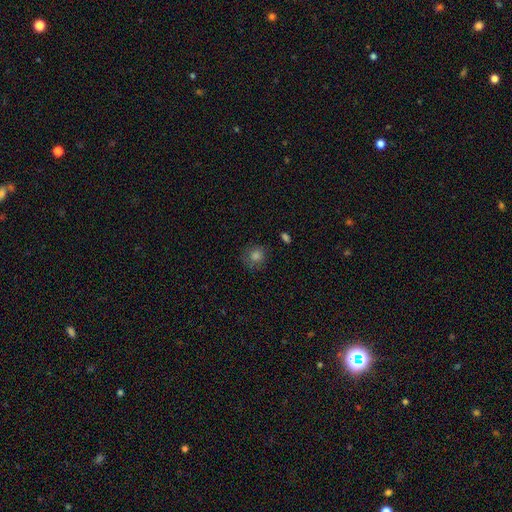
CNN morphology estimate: smooth_or_featured: smooth (p=0.75) [alt: star or artifact p=0.16]
how_rounded: round (p=0.86) [alt: in between p=0.13]
merging: none (p=0.77) [alt: minor disturbance p=0.16]